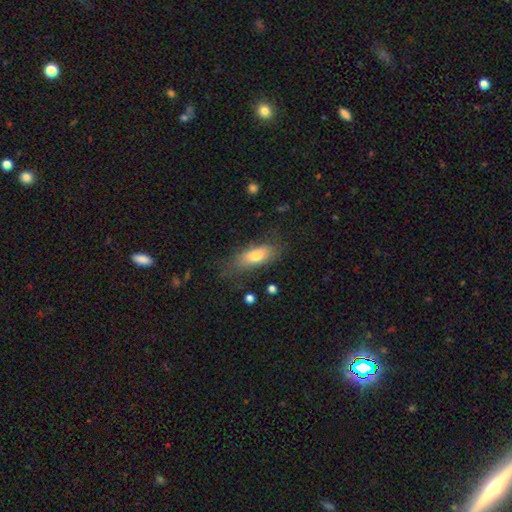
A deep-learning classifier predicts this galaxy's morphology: Smooth or featured? smooth (73%)
How rounded? in between (78%)
Merging? none (64%)